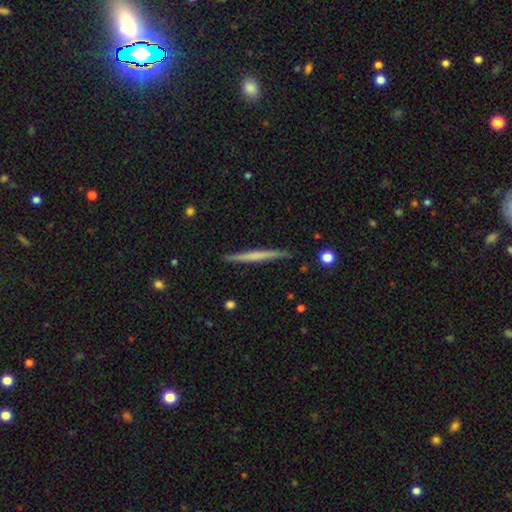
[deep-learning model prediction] A smooth galaxy with no disk features (48%).

Vote fractions:
- Smooth or featured? smooth: 48% / featured or disk: 47% / star or artifact: 5%
- Merging? none: 90% / minor disturbance: 7% / major disturbance: 1% / merger: 1%